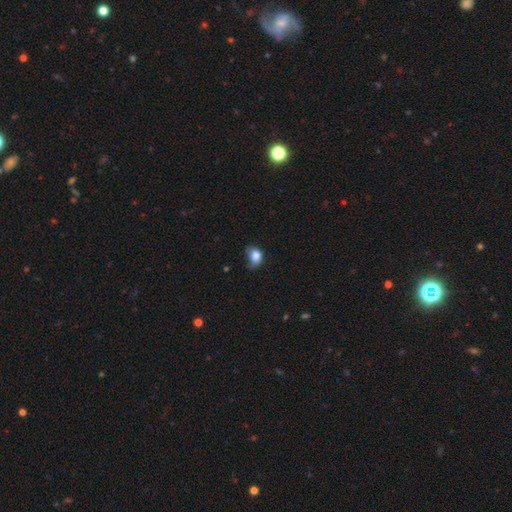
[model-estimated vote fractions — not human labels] Smooth or featured? Predicted: smooth (p=0.82). How rounded? Predicted: in between (p=0.57). Merging? Predicted: minor disturbance (p=0.42).